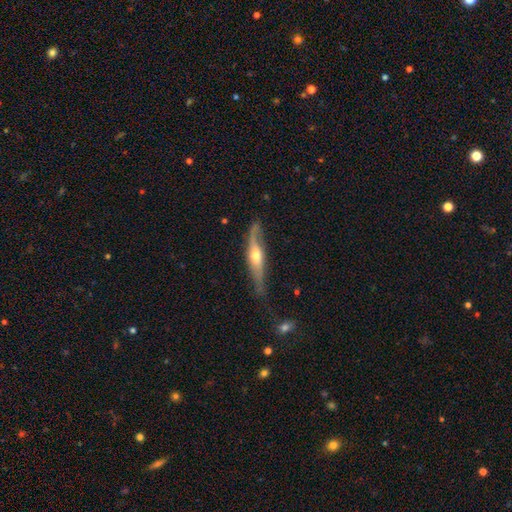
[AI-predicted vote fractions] Smooth or featured: featured or disk — 67% (smooth — 27%)
Edge-on disk: yes — 76% (no — 24%)
Edge-on bulge: rounded — 87% (none — 8%)
Merging: none — 62% (minor disturbance — 27%)